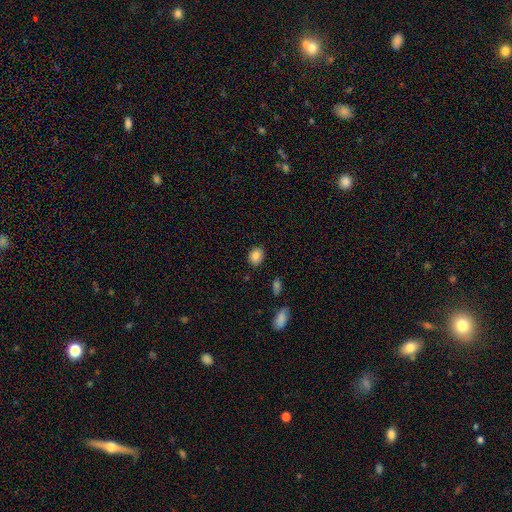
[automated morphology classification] This appears to be a smooth galaxy with no disk features (84%) that is in between round and cigar-shaped (53%). Merging: none (85%).